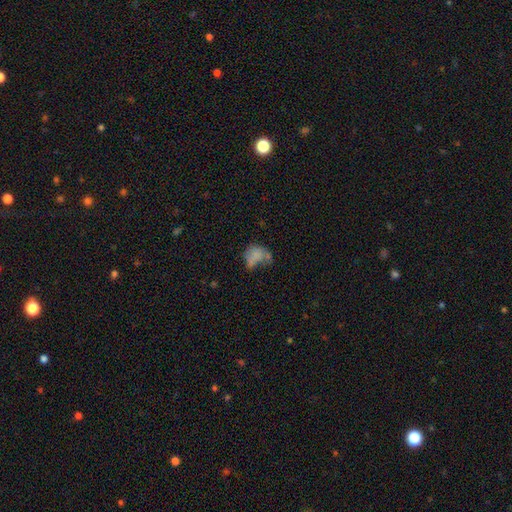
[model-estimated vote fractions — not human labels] The model was most divided on "merging": major disturbance: 32%, none: 24%, minor disturbance: 23%, merger: 21%. More confident: how rounded — in between (68%); smooth or featured — smooth (65%).